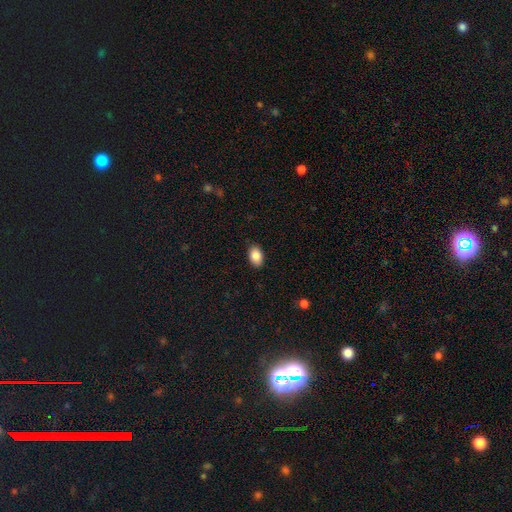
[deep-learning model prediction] This is clearly a smooth galaxy (87%). How rounded: clearly in between (88%). Merging: clearly none (88%).